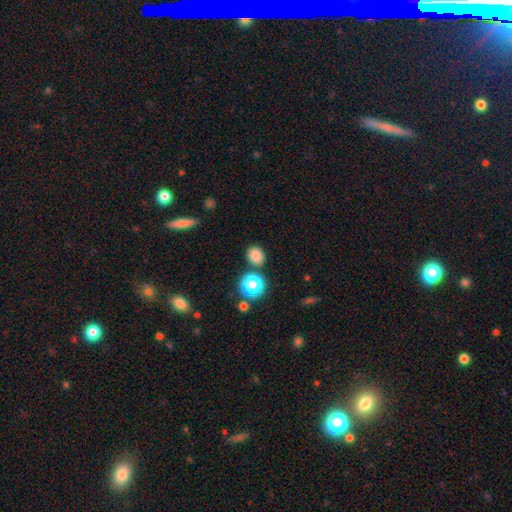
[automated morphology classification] This is clearly a smooth galaxy (81%). How rounded: likely round (70%). Merging: likely none (80%).